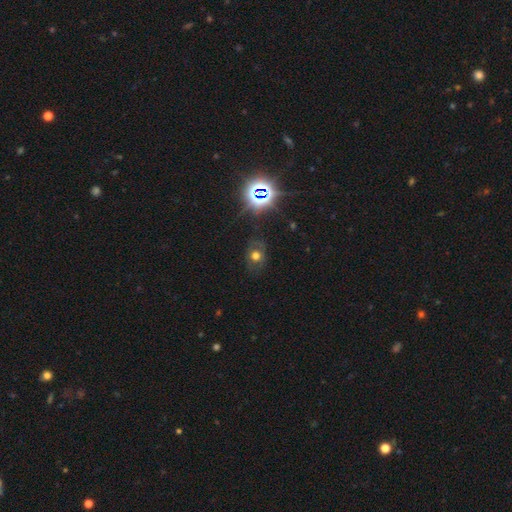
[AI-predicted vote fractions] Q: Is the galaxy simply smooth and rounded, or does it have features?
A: smooth — 50%.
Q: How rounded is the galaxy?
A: round — 58%.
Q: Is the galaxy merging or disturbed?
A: none — 76%.